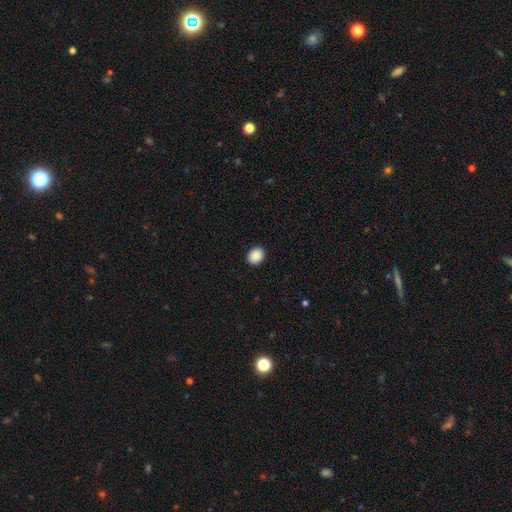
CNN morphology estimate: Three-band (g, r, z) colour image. It shows a smooth galaxy with no disk features (90%) that is round (52%). Merging: none (92%).